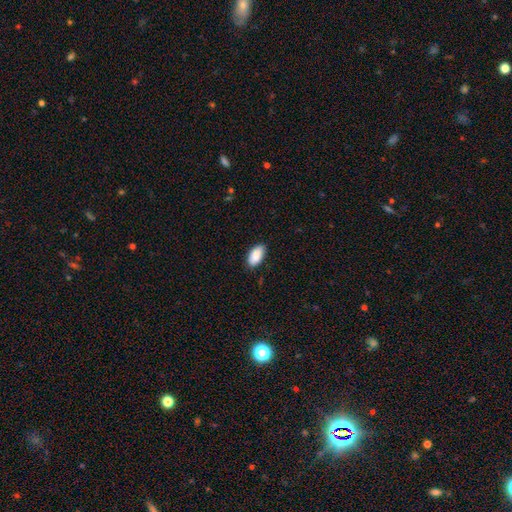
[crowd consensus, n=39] This is clearly a smooth galaxy (87%). How rounded: clearly in between (94%). Merging: likely none (78%).